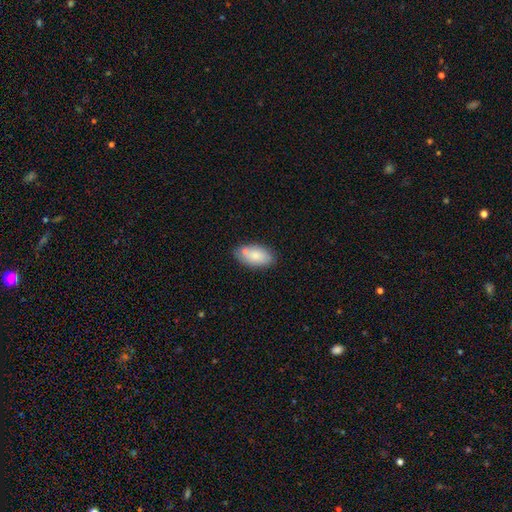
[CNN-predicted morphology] Smooth or featured?
  - smooth: 78% *
  - featured or disk: 16%
  - star or artifact: 7%
How rounded?
  - in between: 93% *
  - round: 4%
  - cigar-shaped: 3%
Merging?
  - none: 66% *
  - minor disturbance: 17%
  - merger: 14%
  - major disturbance: 4%